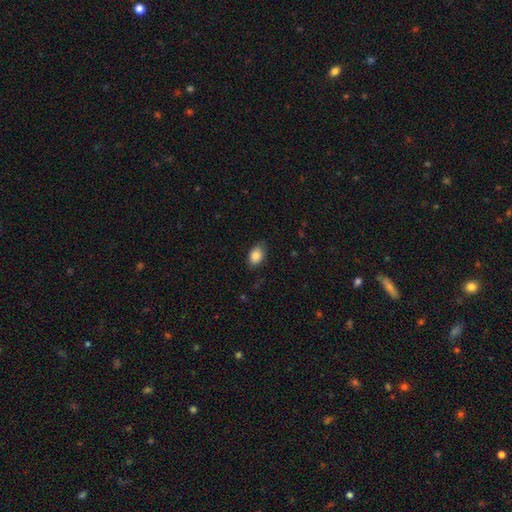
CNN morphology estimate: type=smooth (86%); roundness=in between (83%); merging=none (79%).